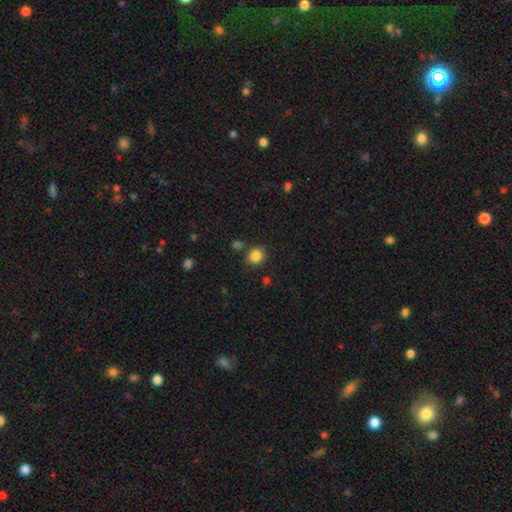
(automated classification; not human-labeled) Overall: smooth (85%). How rounded: round (74%). Merging: none (80%).